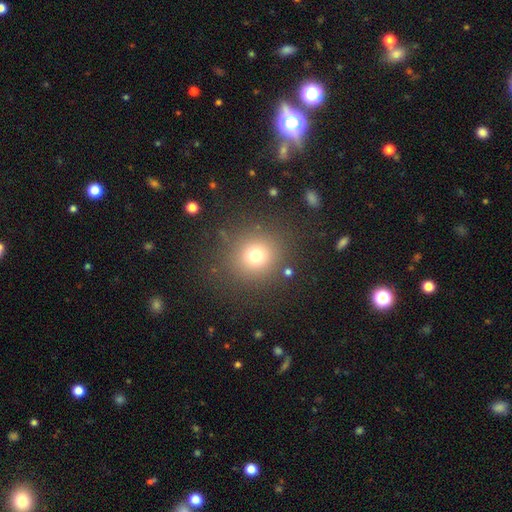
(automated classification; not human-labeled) A smooth galaxy with no disk features (73%) that is round (91%).

Vote fractions:
- Smooth or featured? smooth: 73% / star or artifact: 18% / featured or disk: 9%
- How rounded? round: 91% / in between: 8% / cigar-shaped: 1%
- Merging? none: 86% / minor disturbance: 7% / major disturbance: 4% / merger: 3%